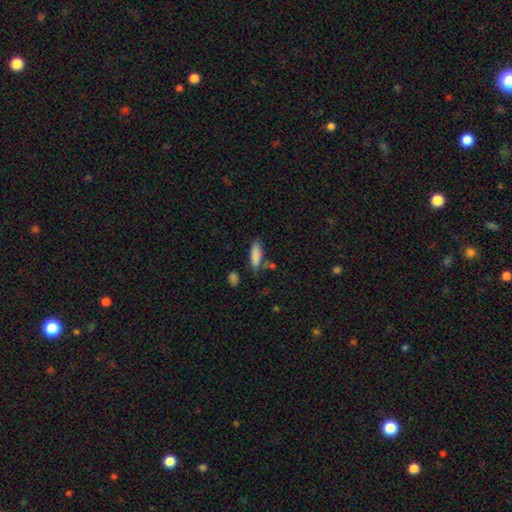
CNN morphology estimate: A smooth galaxy with no disk features (85%) that is in between round and cigar-shaped (56%). Merging: none (66%).